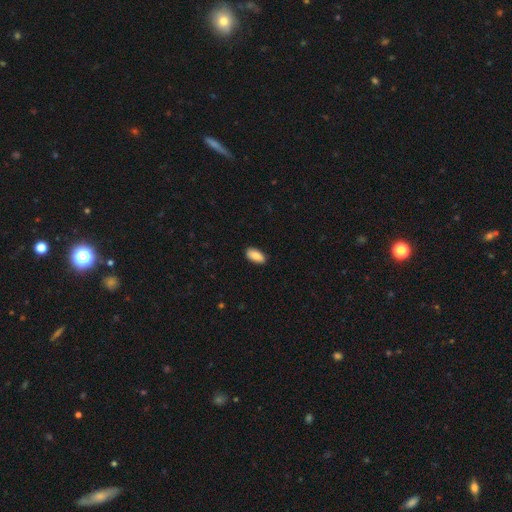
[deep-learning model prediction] A smooth galaxy with no disk features (87%) that is in between round and cigar-shaped (92%). Merging: none (87%).